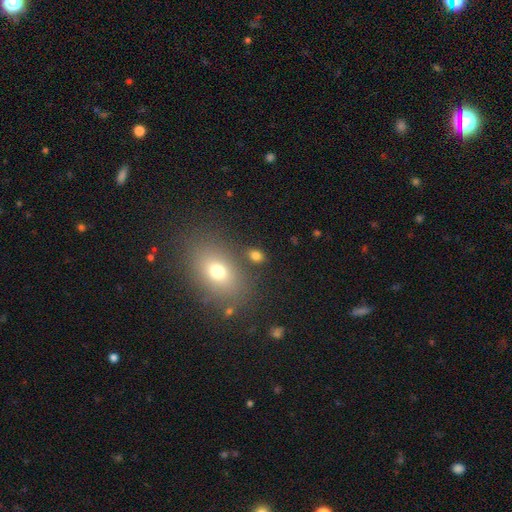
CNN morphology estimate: This appears to be a smooth galaxy with no disk features (76%) that is in between round and cigar-shaped (71%). Merging: none (77%).